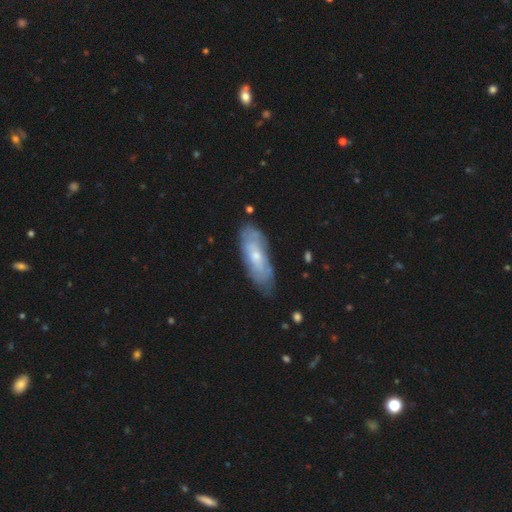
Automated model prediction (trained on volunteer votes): Q: Smooth or featured?
A: featured or disk (55%); runner-up: smooth (38%)
Q: Edge-on disk?
A: no (80%); runner-up: yes (20%)
Q: Merging?
A: none (75%); runner-up: minor disturbance (19%)